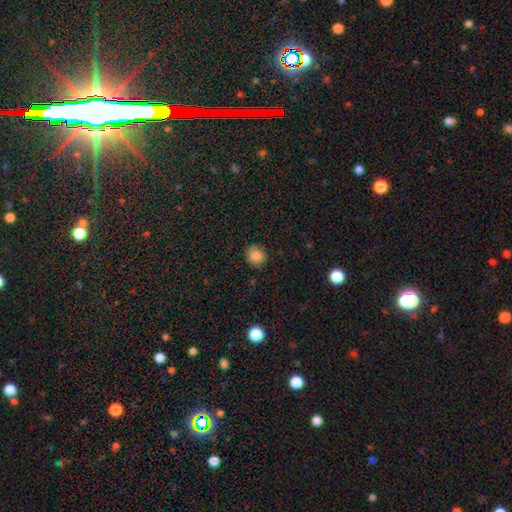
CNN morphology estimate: This appears to be a smooth galaxy with no disk features (80%) that is round (84%). Merging: none (81%).